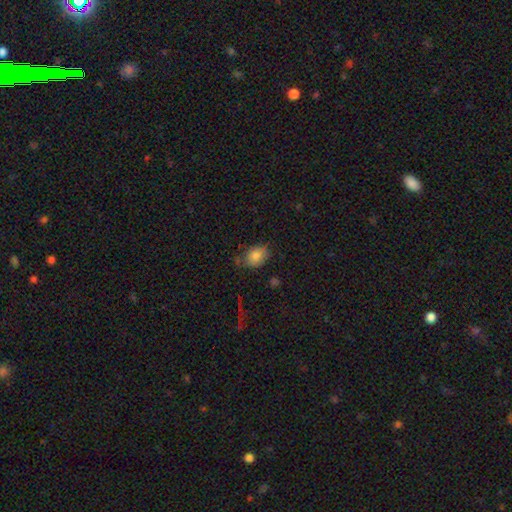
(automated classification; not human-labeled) Smooth or featured?
  - smooth: 82% *
  - featured or disk: 9%
  - star or artifact: 9%
How rounded?
  - in between: 72% *
  - round: 27%
  - cigar-shaped: 1%
Merging?
  - none: 67% *
  - minor disturbance: 24%
  - major disturbance: 6%
  - merger: 3%